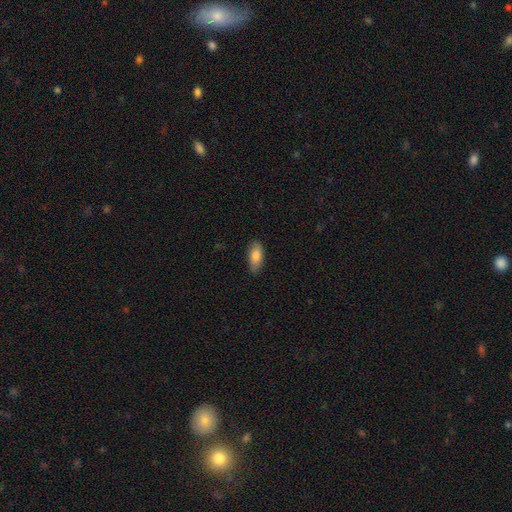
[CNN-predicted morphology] The model was most divided on "merging": none: 81%, minor disturbance: 16%, major disturbance: 3%, merger: 1%. More confident: how rounded — in between (84%); smooth or featured — smooth (82%).